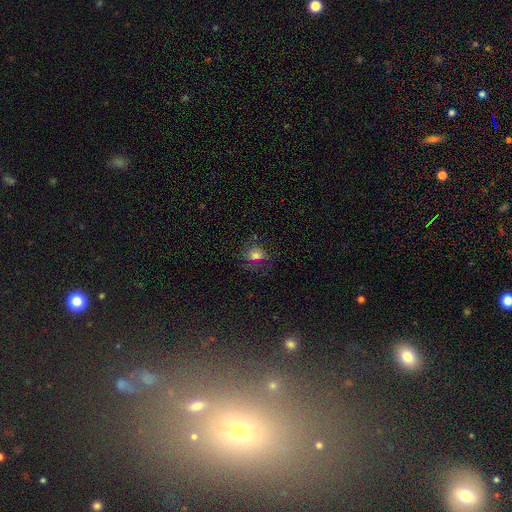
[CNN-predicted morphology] This is possibly a smooth galaxy (58%). How rounded: possibly in between (50%). Merging: likely none (62%).